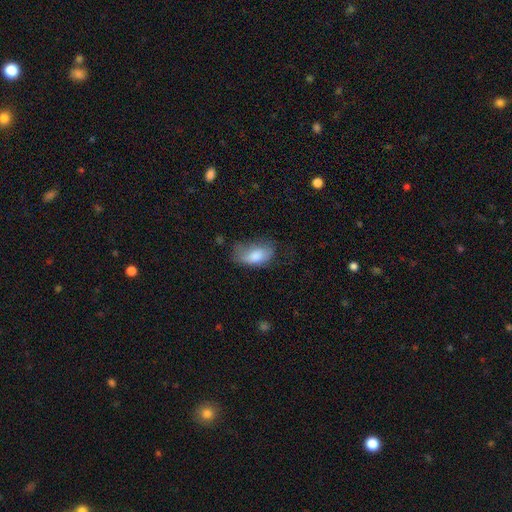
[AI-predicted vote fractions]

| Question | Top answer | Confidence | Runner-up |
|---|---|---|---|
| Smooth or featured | smooth | 77% | featured or disk (16%) |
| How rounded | in between | 92% | round (5%) |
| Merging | minor disturbance | 37% | none (34%) |